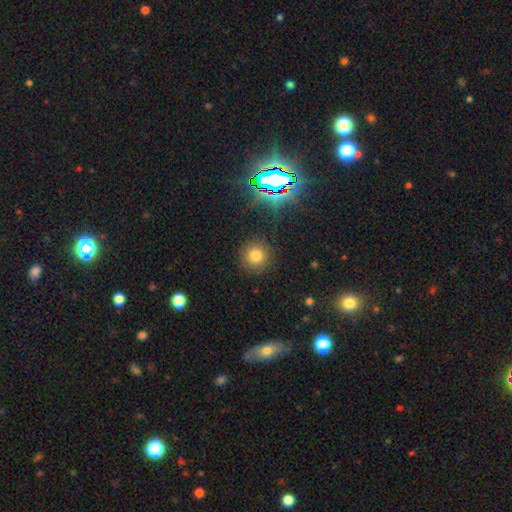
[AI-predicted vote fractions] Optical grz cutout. It shows a smooth galaxy with no disk features (72%) that is round (94%). Merging: none (89%).